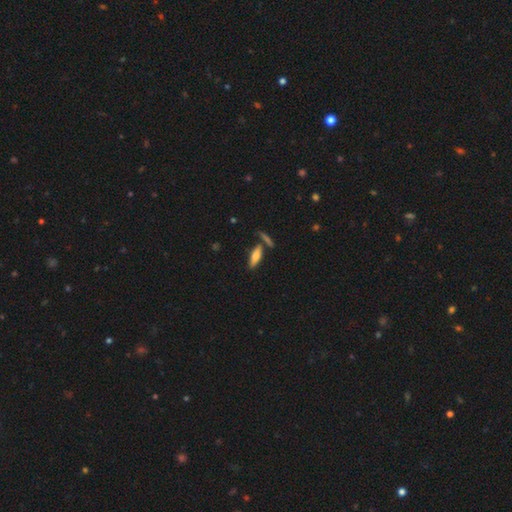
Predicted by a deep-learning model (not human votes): A smooth galaxy with no disk features (67%) that is in between round and cigar-shaped (49%).

Vote fractions:
- Smooth or featured? smooth: 67% / featured or disk: 25% / star or artifact: 8%
- How rounded? in between: 49% / cigar-shaped: 48% / round: 3%
- Merging? none: 71% / merger: 14% / minor disturbance: 11% / major disturbance: 3%